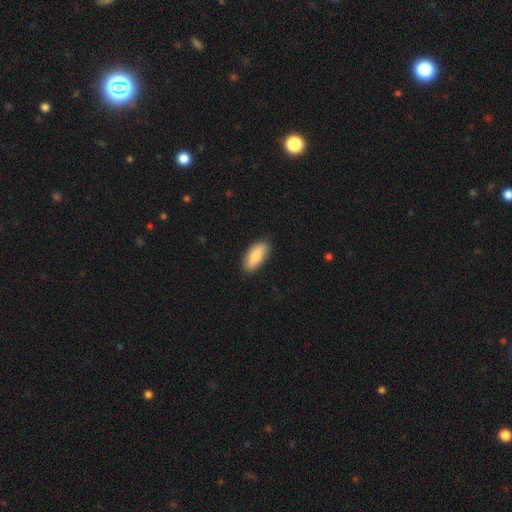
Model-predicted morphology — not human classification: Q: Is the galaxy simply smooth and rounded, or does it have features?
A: smooth — 83%.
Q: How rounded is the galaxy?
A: in between — 86%.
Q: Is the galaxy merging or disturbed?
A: none — 88%.